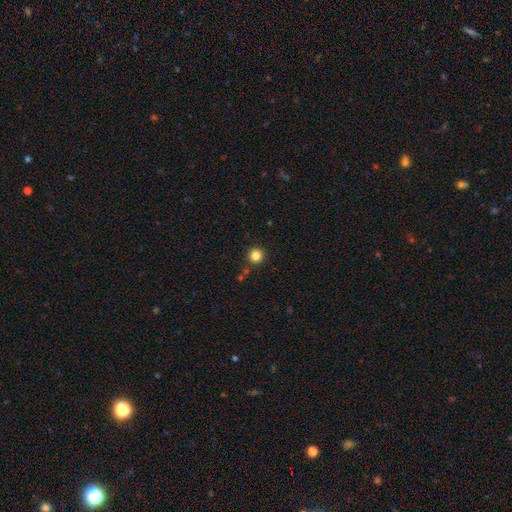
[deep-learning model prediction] The model was most divided on "smooth or featured": smooth: 83%, star or artifact: 13%, featured or disk: 5%. More confident: how rounded — round (95%); merging — none (89%).